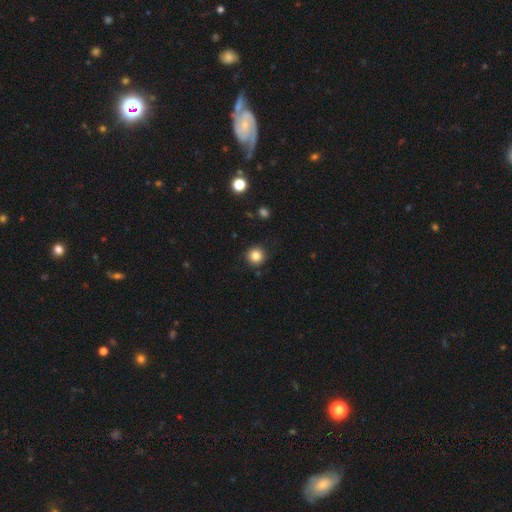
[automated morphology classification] This appears to be a smooth galaxy with no disk features (84%) that is round (94%). Merging: none (89%).